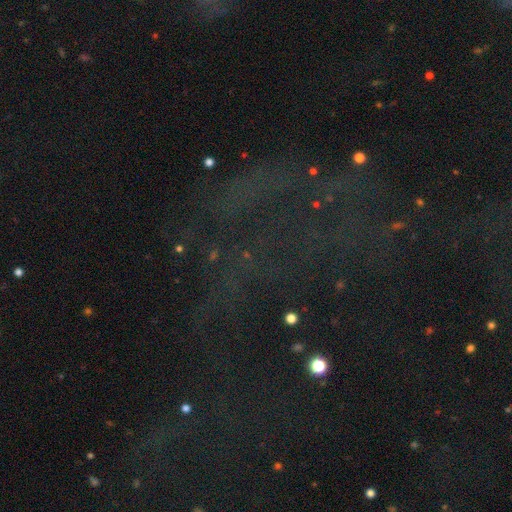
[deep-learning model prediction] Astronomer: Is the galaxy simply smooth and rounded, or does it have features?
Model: star or artifact — 68%.